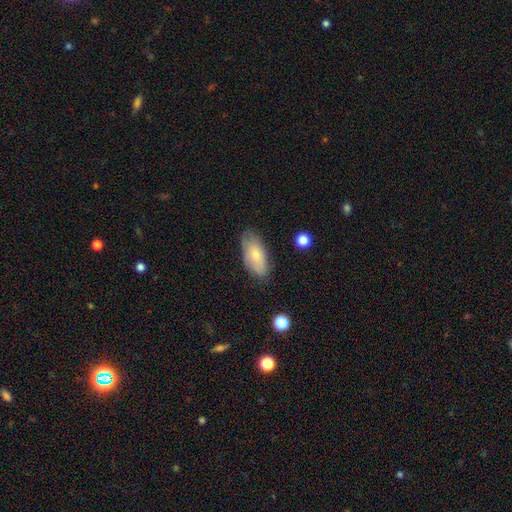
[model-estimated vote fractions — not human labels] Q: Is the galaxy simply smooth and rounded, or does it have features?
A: smooth — 72%.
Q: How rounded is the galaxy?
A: in between — 90%.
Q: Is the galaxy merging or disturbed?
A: none — 75%.